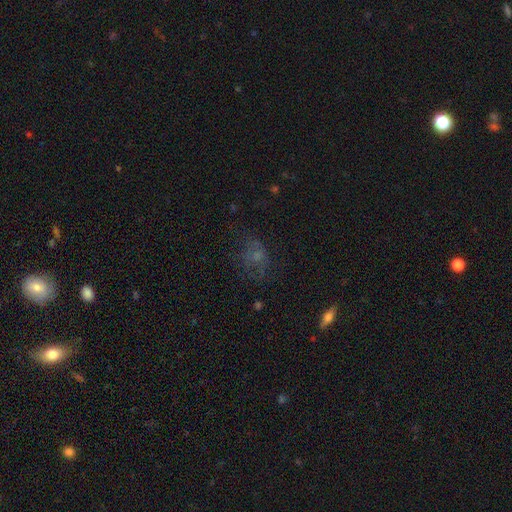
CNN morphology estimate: smooth_or_featured: smooth (p=0.44) [alt: featured or disk p=0.32]
merging: none (p=0.53) [alt: major disturbance p=0.23]